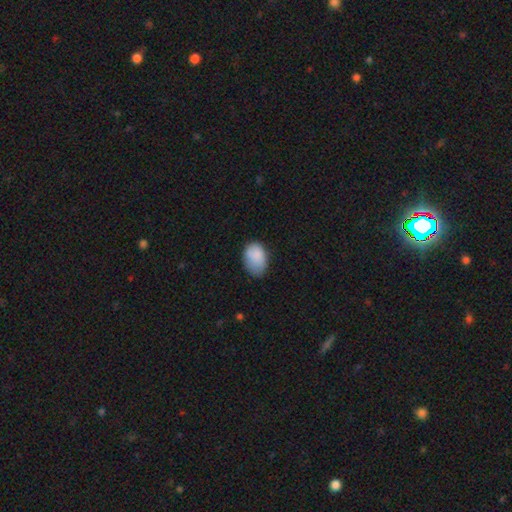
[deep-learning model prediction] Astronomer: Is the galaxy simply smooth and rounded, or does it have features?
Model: smooth — 86%.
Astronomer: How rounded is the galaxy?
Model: in between — 83%.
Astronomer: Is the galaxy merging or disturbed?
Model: none — 55% (runner-up: minor disturbance, 35%).